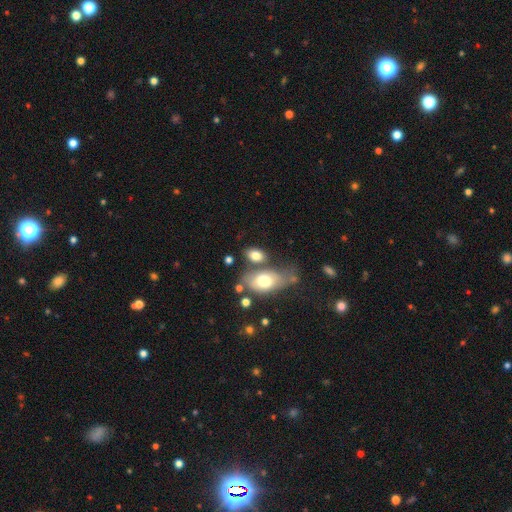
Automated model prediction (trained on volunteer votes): Smooth or featured? smooth (76%)
How rounded? in between (86%)
Merging? none (52%)